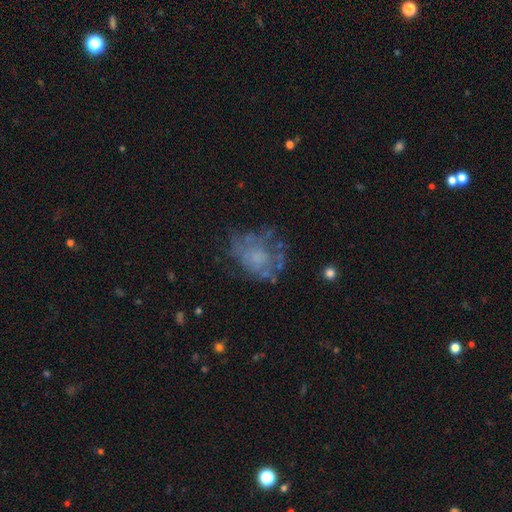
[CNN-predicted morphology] type=featured or disk (52%); edge-on=no (97%); bar=no (89%); spiral arms=no (76%); bulge=none (49%); merging=none (49%).